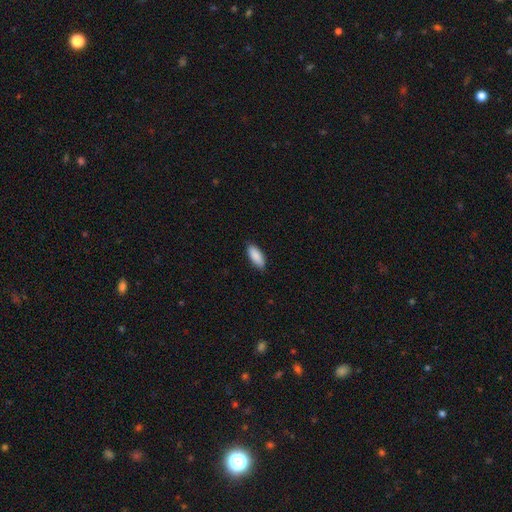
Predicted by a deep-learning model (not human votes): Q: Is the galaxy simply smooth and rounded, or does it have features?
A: smooth — 89%.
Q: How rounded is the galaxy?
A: in between — 82%.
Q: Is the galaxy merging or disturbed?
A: none — 86%.